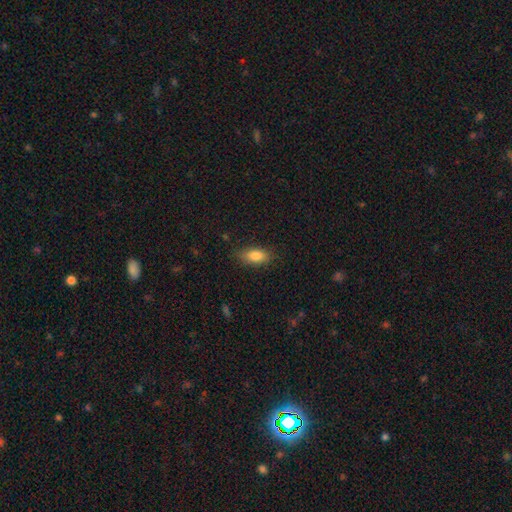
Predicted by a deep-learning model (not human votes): A smooth galaxy with no disk features (83%) that is in between round and cigar-shaped (85%). Merging: none (81%).